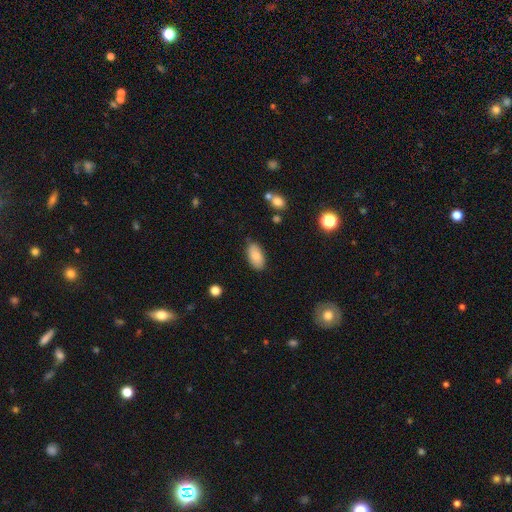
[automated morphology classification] Smooth or featured?
  - smooth: 78% *
  - featured or disk: 14%
  - star or artifact: 7%
How rounded?
  - in between: 93% *
  - round: 4%
  - cigar-shaped: 3%
Merging?
  - none: 84% *
  - minor disturbance: 12%
  - major disturbance: 2%
  - merger: 2%